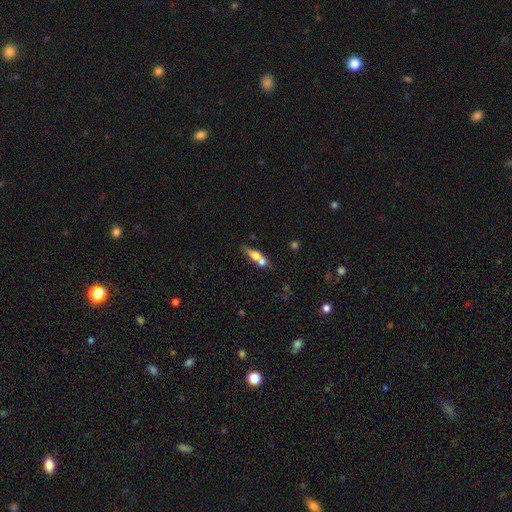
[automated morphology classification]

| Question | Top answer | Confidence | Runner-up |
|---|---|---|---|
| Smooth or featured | smooth | 54% | featured or disk (37%) |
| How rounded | in between | 44% | cigar-shaped (43%) |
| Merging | merger | 51% | none (33%) |